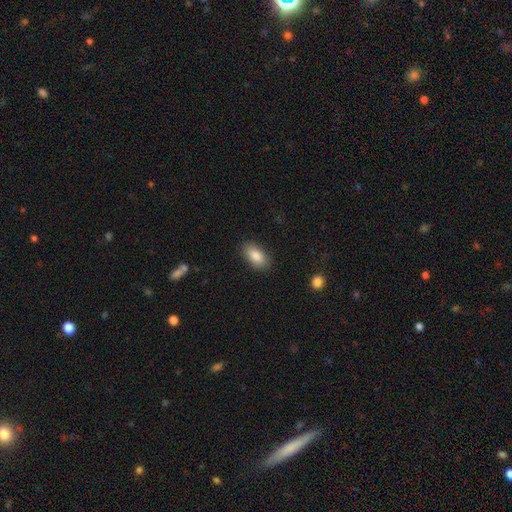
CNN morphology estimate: A smooth galaxy with no disk features (87%) that is in between round and cigar-shaped (92%). Merging: none (87%).